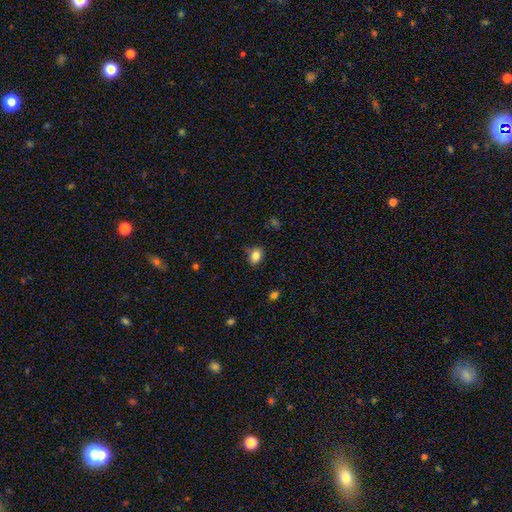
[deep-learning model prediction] smooth-or-featured: smooth: 84% | star or artifact: 10% | featured or disk: 6%
  how-rounded: in between: 70% | round: 29% | cigar-shaped: 1%
  merging: none: 78% | minor disturbance: 17% | major disturbance: 3% | merger: 2%